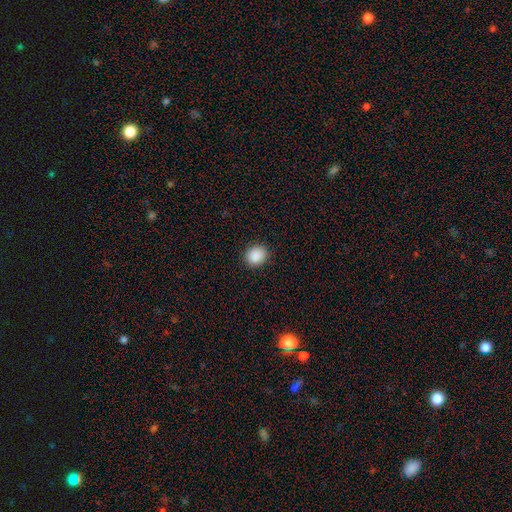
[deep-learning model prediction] A smooth galaxy with no disk features (89%) that is round (71%).

Vote fractions:
- Smooth or featured? smooth: 89% / star or artifact: 8% / featured or disk: 2%
- How rounded? round: 71% / in between: 28% / cigar-shaped: 1%
- Merging? none: 90% / minor disturbance: 7% / major disturbance: 2% / merger: 1%